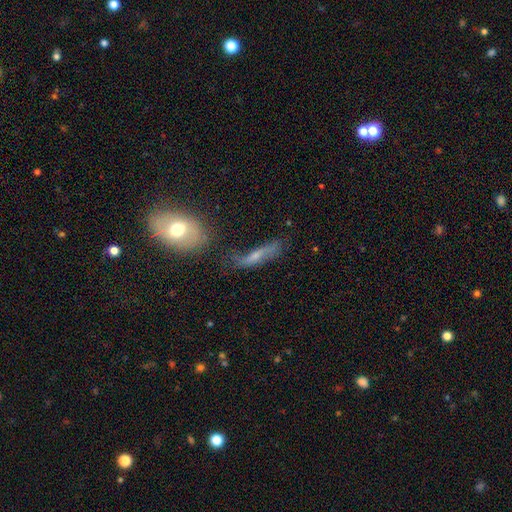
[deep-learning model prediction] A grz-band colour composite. It shows a featured or disk galaxy (48%). Merging: none (52%).